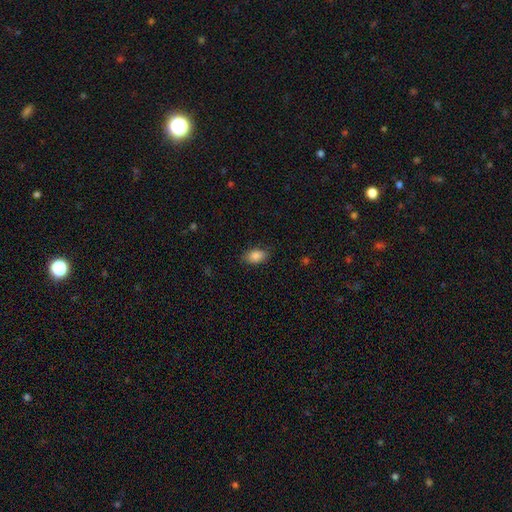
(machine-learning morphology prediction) The model was most divided on "merging": none: 82%, minor disturbance: 14%, major disturbance: 3%, merger: 1%. More confident: how rounded — in between (88%); smooth or featured — smooth (86%).